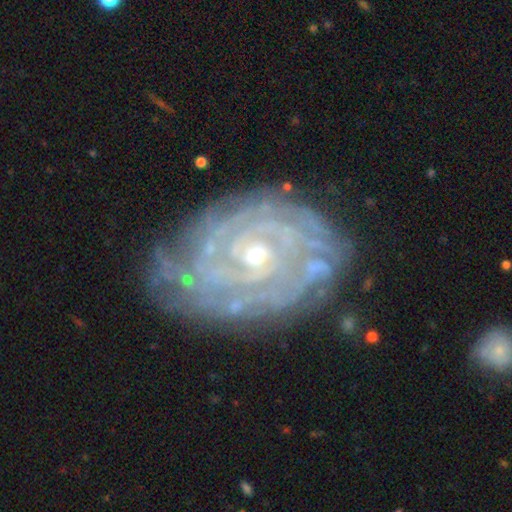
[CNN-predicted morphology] Q: Smooth or featured?
A: featured or disk (89%); runner-up: smooth (6%)
Q: Edge-on disk?
A: no (96%); runner-up: yes (4%)
Q: Bar?
A: no (69%); runner-up: weak (23%)
Q: Spiral arms?
A: yes (94%); runner-up: no (6%)
Q: Spiral winding?
A: tight (81%); runner-up: medium (15%)
Q: Spiral arm count?
A: can't tell (36%); runner-up: 2 (17%)
Q: Bulge size?
A: small (54%); runner-up: moderate (43%)
Q: Merging?
A: none (70%); runner-up: minor disturbance (20%)